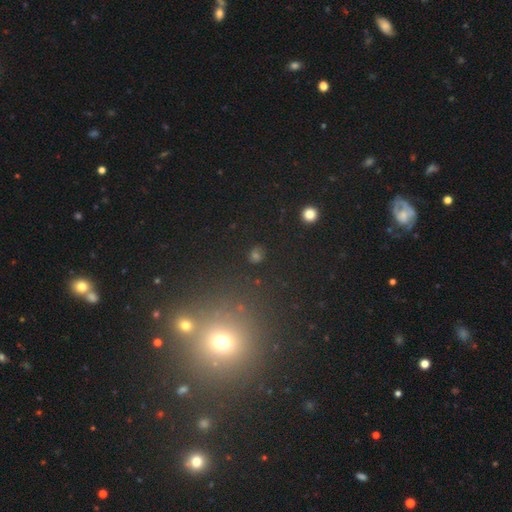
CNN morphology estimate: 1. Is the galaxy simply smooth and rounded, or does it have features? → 54% smooth, 37% star or artifact, 9% featured or disk.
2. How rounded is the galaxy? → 81% round, 17% in between, 2% cigar-shaped.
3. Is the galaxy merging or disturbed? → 81% none, 8% minor disturbance, 7% merger, 4% major disturbance.